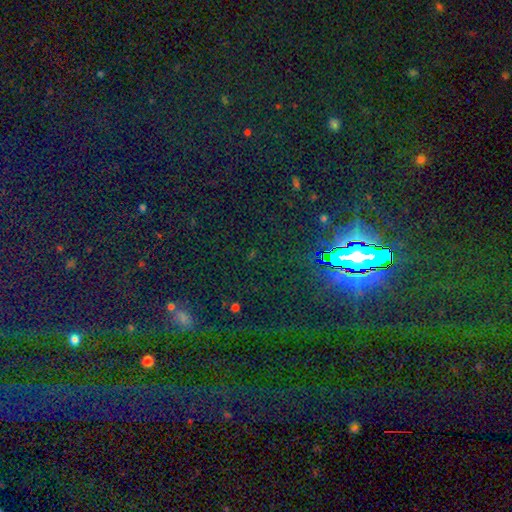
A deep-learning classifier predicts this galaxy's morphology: Smooth or featured: star or artifact — 84% (smooth — 9%)